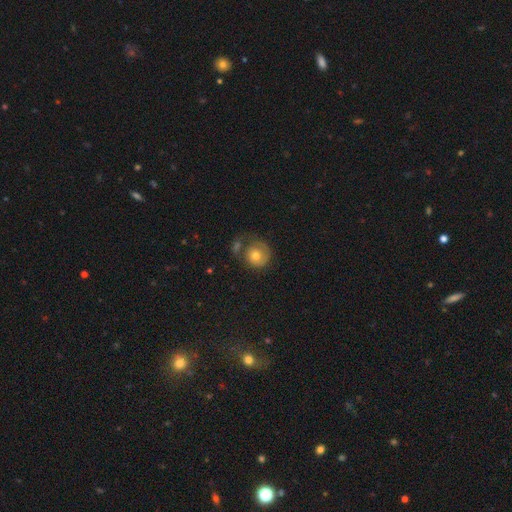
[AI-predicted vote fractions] Q: Smooth or featured?
A: smooth (62%); runner-up: featured or disk (31%)
Q: How rounded?
A: round (83%); runner-up: in between (16%)
Q: Merging?
A: none (42%); runner-up: minor disturbance (20%)